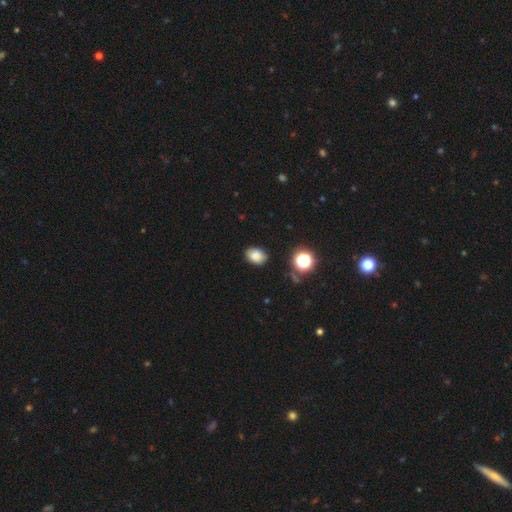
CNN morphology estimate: This is clearly a smooth galaxy (81%). How rounded: likely in between (70%). Merging: clearly none (83%).